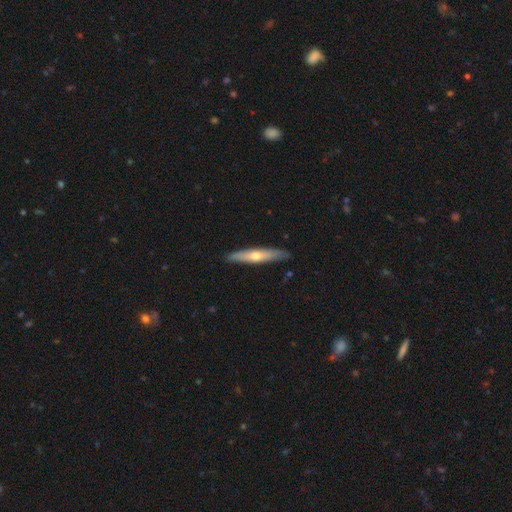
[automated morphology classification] Overall: featured or disk (49%; smooth 45%). Merging: none (88%).